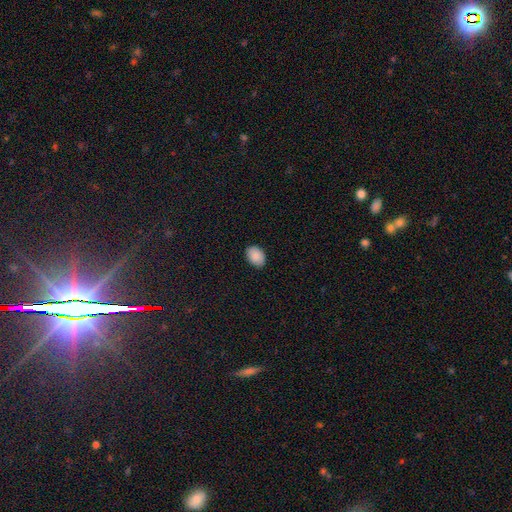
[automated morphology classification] Smooth or featured?
  - smooth: 89% *
  - star or artifact: 7%
  - featured or disk: 4%
How rounded?
  - in between: 80% *
  - round: 19%
  - cigar-shaped: 1%
Merging?
  - none: 87% *
  - minor disturbance: 10%
  - major disturbance: 2%
  - merger: 1%